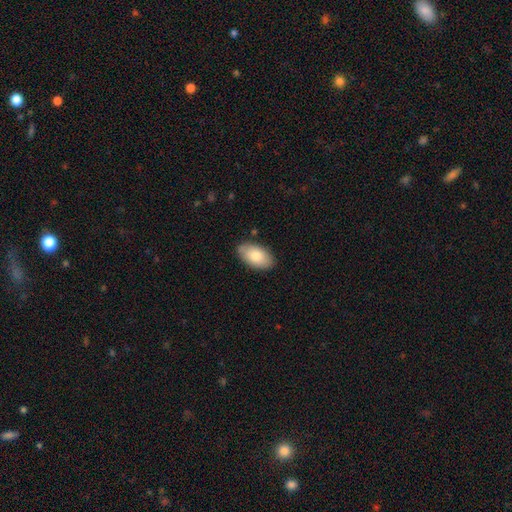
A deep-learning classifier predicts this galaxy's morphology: A smooth galaxy with no disk features (80%) that is in between round and cigar-shaped (95%).

Vote fractions:
- Smooth or featured? smooth: 80% / featured or disk: 14% / star or artifact: 6%
- How rounded? in between: 95% / round: 3% / cigar-shaped: 2%
- Merging? none: 85% / minor disturbance: 12% / major disturbance: 2% / merger: 1%